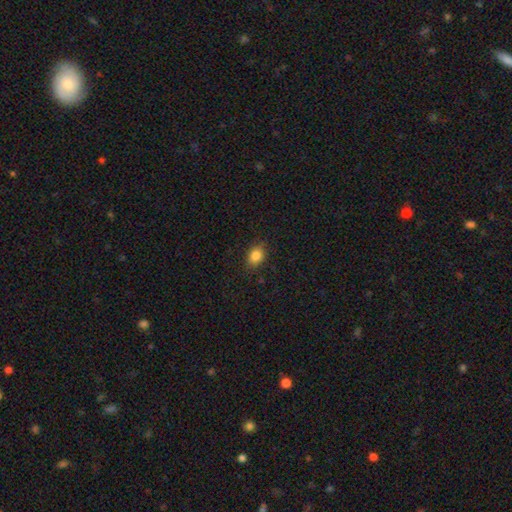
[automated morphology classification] Smooth or featured? smooth (84%)
How rounded? in between (59%)
Merging? none (84%)